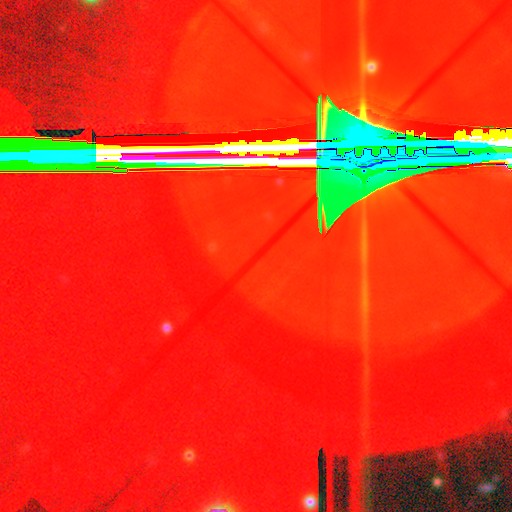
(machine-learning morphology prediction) Overall: star or artifact (89%).